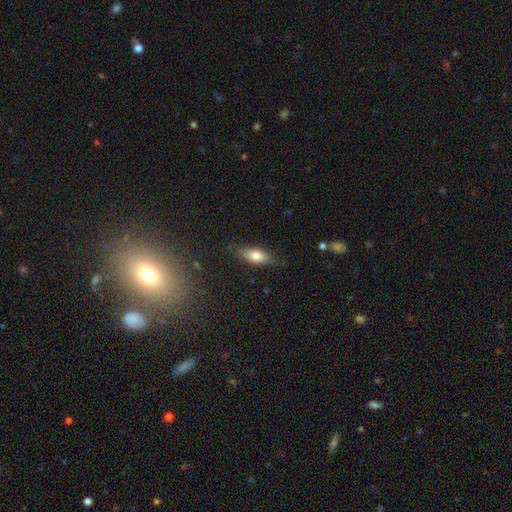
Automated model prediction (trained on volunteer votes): This appears to be a smooth galaxy with no disk features (74%) that is in between round and cigar-shaped (75%). Merging: none (82%).